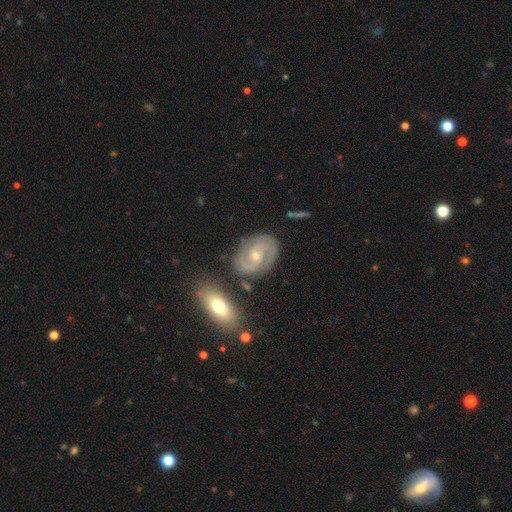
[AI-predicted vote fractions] Smooth or featured?
  - featured or disk: 84% *
  - smooth: 11%
  - star or artifact: 6%
Edge-on disk?
  - no: 97% *
  - yes: 3%
Bar?
  - no: 52% *
  - weak: 40%
  - strong: 8%
Spiral arms?
  - yes: 95% *
  - no: 5%
Spiral winding?
  - tight: 48% *
  - medium: 42%
  - loose: 10%
Spiral arm count?
  - 2: 79% *
  - can't tell: 9%
  - 3: 7%
  - 1: 2%
  - 4: 2%
  - more than 4: 2%
Bulge size?
  - small: 56% *
  - moderate: 41%
  - none: 1%
  - large: 1%
  - dominant: 1%
Merging?
  - none: 77% *
  - minor disturbance: 15%
  - major disturbance: 4%
  - merger: 4%